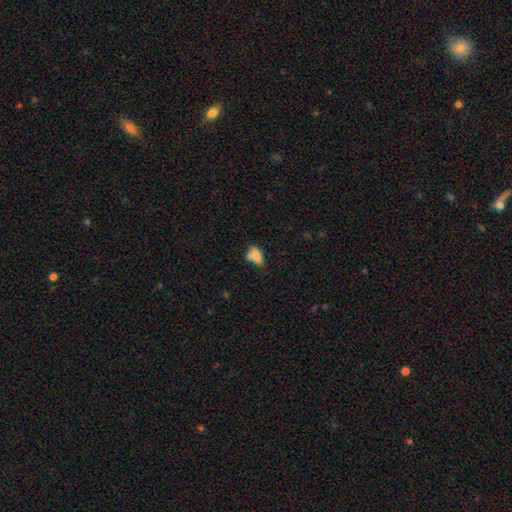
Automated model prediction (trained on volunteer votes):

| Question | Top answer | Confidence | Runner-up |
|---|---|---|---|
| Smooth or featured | smooth | 73% | featured or disk (18%) |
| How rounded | in between | 84% | cigar-shaped (9%) |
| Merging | none | 40% | merger (25%) |